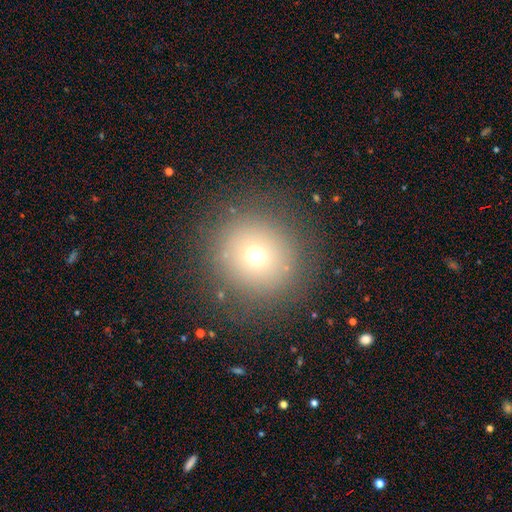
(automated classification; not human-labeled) This is likely a smooth galaxy (68%). How rounded: clearly round (93%). Merging: clearly none (84%).